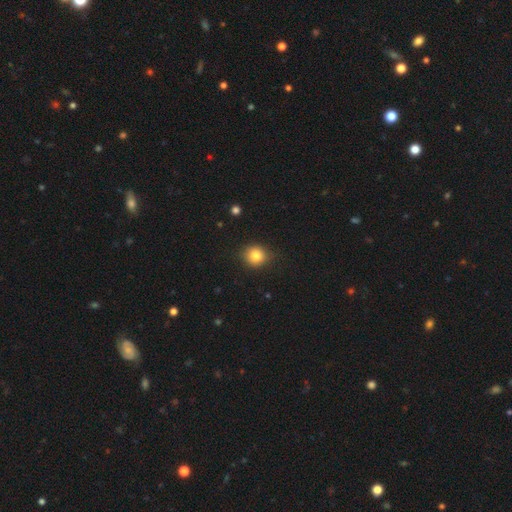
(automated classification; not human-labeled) smooth 82%, star or artifact 11%, featured or disk 7%. Down the decision tree: how rounded — round (84%); merging — none (85%).